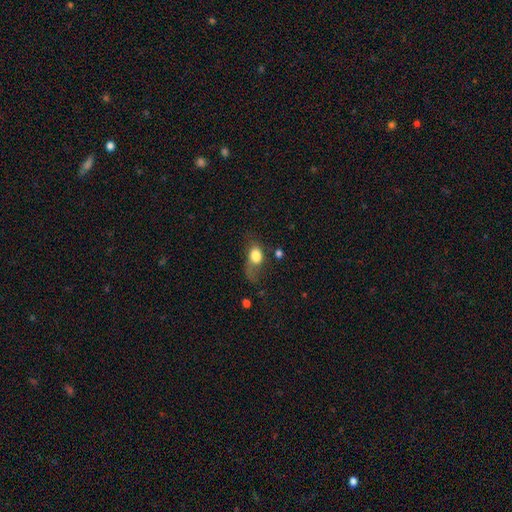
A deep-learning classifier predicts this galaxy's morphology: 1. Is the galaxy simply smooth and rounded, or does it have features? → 74% smooth, 17% featured or disk, 9% star or artifact.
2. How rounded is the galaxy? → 69% in between, 28% round, 3% cigar-shaped.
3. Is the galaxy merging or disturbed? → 40% major disturbance, 29% none, 26% minor disturbance, 5% merger.